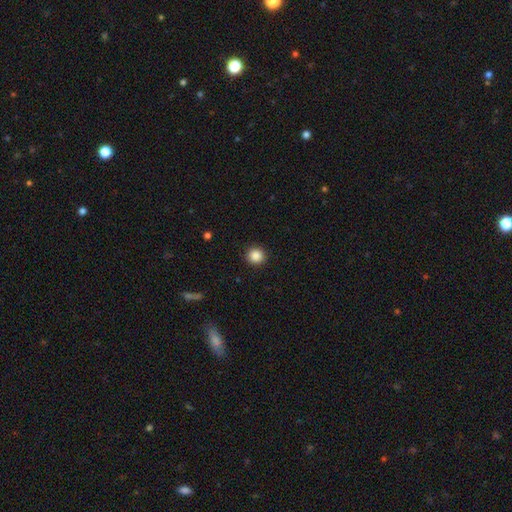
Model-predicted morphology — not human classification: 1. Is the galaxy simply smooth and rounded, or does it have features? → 87% smooth, 10% star or artifact, 4% featured or disk.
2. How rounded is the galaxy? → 94% round, 5% in between, 1% cigar-shaped.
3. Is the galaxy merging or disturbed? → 93% none, 5% minor disturbance, 2% major disturbance, 1% merger.